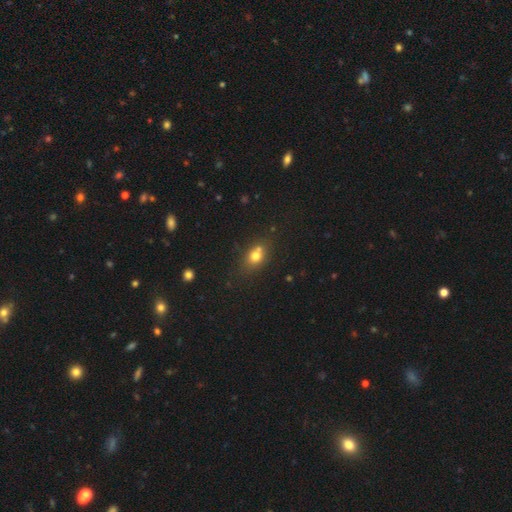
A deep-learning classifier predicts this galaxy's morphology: The model was most divided on "how rounded": in between: 55%, round: 42%, cigar-shaped: 2%. More confident: smooth or featured — smooth (73%); merging — none (54%).